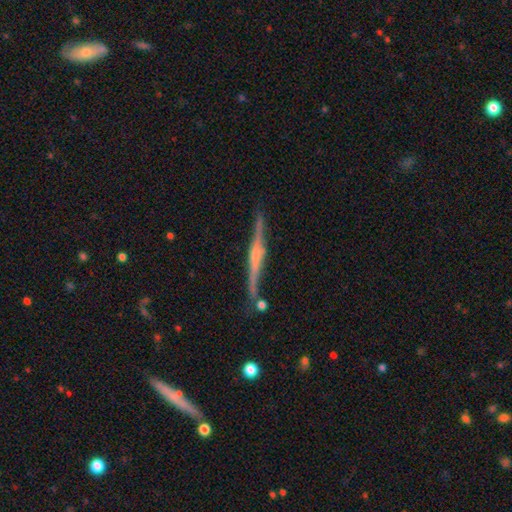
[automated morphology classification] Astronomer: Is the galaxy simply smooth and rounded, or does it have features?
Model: featured or disk — 78%.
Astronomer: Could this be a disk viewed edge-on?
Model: yes — 97%.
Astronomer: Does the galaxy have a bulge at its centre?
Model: rounded — 60%.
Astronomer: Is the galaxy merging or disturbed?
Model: none — 82%.